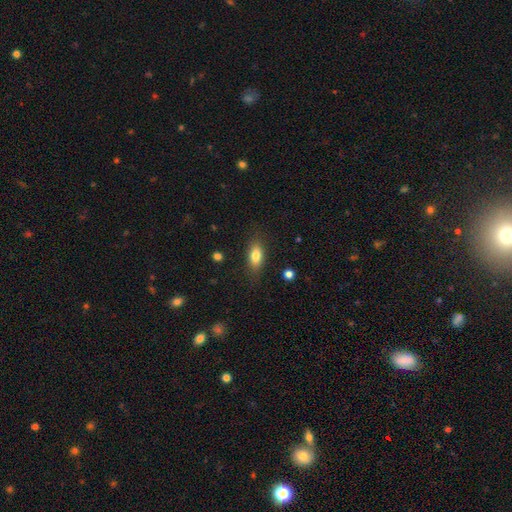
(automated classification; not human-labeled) Overall: smooth (80%). How rounded: in between (82%). Merging: none (82%).